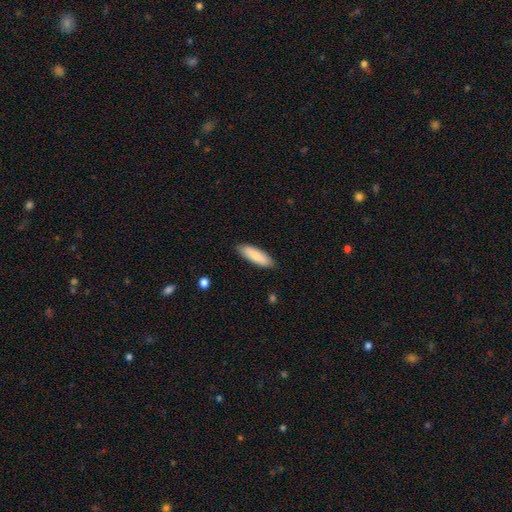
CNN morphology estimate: Q: Smooth or featured?
A: smooth (82%); runner-up: featured or disk (12%)
Q: How rounded?
A: in between (54%); runner-up: cigar-shaped (44%)
Q: Merging?
A: none (87%); runner-up: minor disturbance (10%)